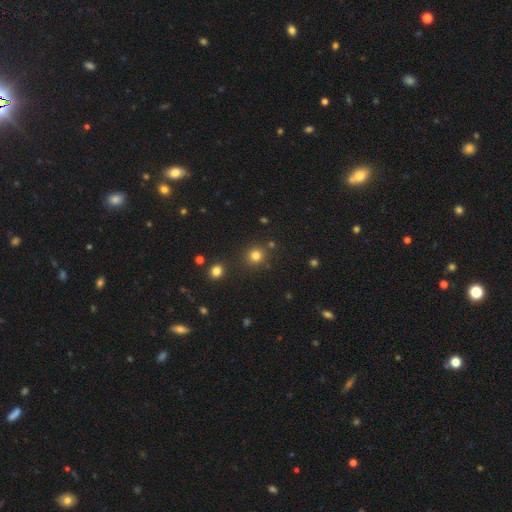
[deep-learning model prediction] Smooth or featured? smooth (79%)
How rounded? round (91%)
Merging? none (84%)